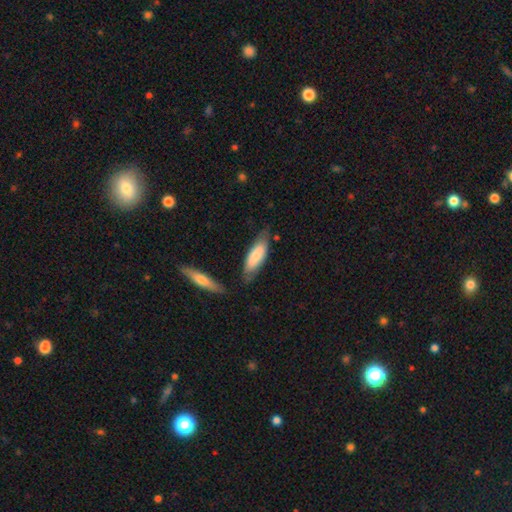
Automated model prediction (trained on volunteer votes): The model was most divided on "how rounded": in between: 57%, cigar-shaped: 42%, round: 1%. More confident: smooth or featured — smooth (70%); merging — none (66%).